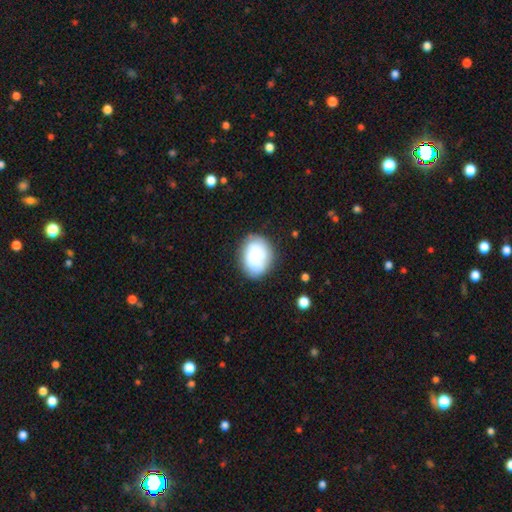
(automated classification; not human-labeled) smooth 75%, featured or disk 17%, star or artifact 8%. Down the decision tree: how rounded — in between (59%); merging — none (75%).